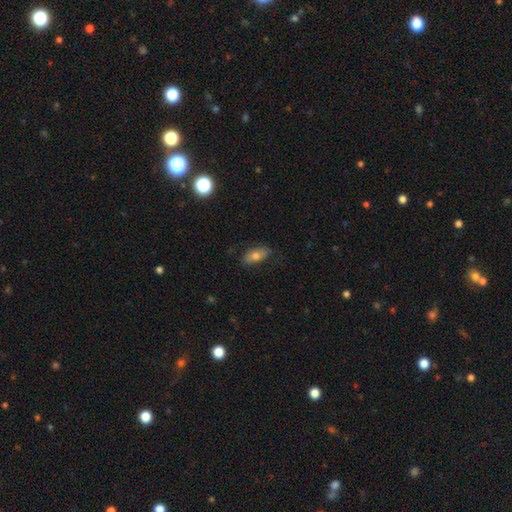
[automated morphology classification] type=smooth (67%); roundness=in between (85%); merging=none (76%).